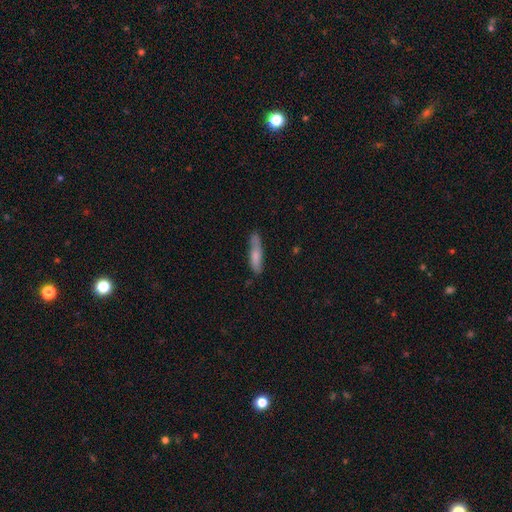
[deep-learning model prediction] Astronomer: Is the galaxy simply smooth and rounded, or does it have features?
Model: smooth — 72%.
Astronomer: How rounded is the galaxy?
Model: cigar-shaped — 75%.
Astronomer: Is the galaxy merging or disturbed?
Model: none — 71%.